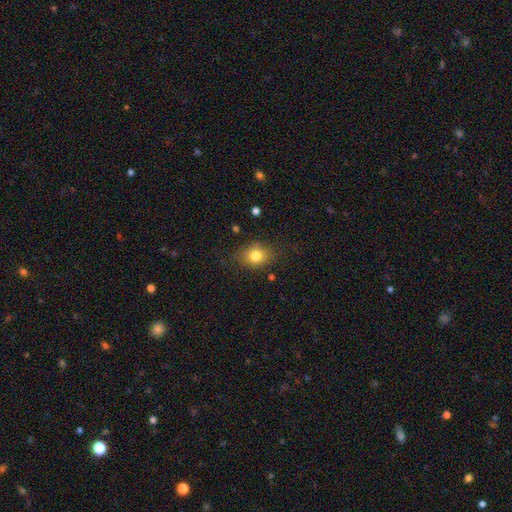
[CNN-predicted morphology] Smooth or featured: smooth — 80% (star or artifact — 11%)
How rounded: round — 50% (in between — 49%)
Merging: none — 78% (minor disturbance — 16%)